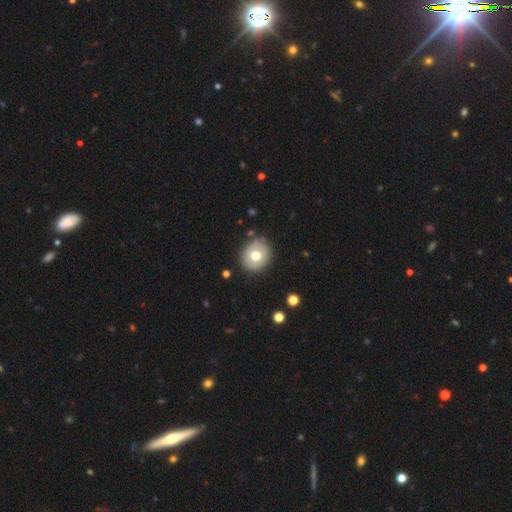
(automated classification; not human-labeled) Smooth or featured?
  - smooth: 65% *
  - featured or disk: 26%
  - star or artifact: 9%
How rounded?
  - round: 75% *
  - in between: 24%
  - cigar-shaped: 1%
Merging?
  - none: 83% *
  - minor disturbance: 12%
  - major disturbance: 3%
  - merger: 2%